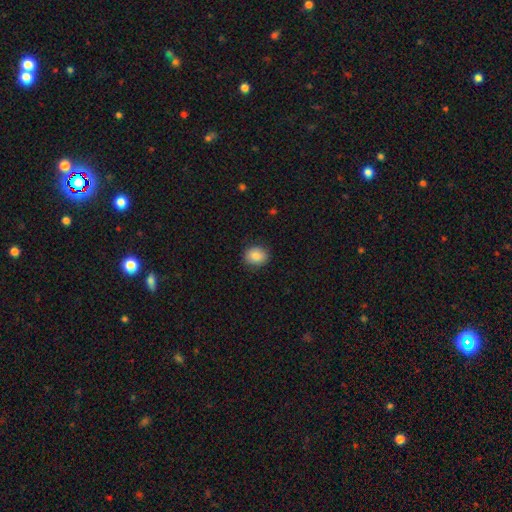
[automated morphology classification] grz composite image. It shows a smooth galaxy with no disk features (85%) that is round (67%). Merging: none (88%).